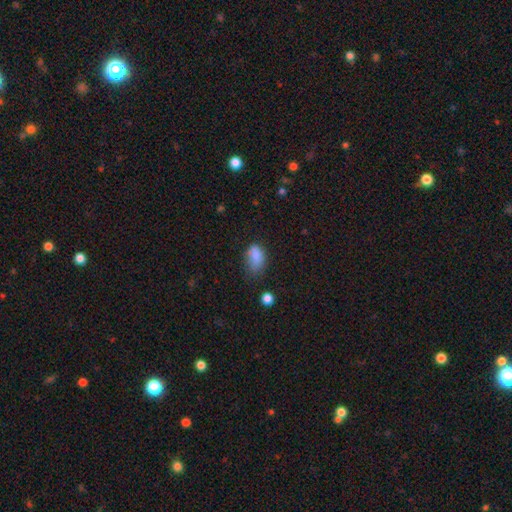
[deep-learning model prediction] Morphology: type=smooth (81%); roundness=in between (87%); merging=minor disturbance (39%).